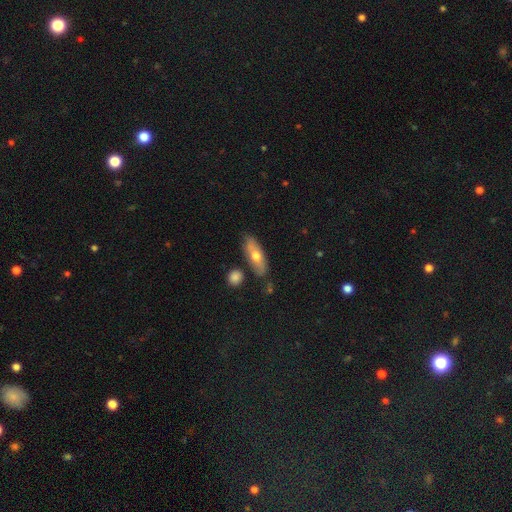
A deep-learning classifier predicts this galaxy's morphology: type=smooth (57%); roundness=in between (68%); merging=none (76%).